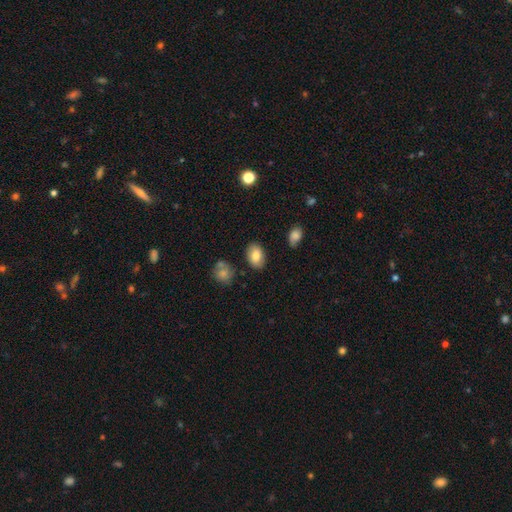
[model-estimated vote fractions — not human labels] Overall: smooth (80%). How rounded: in between (87%). Merging: none (84%).